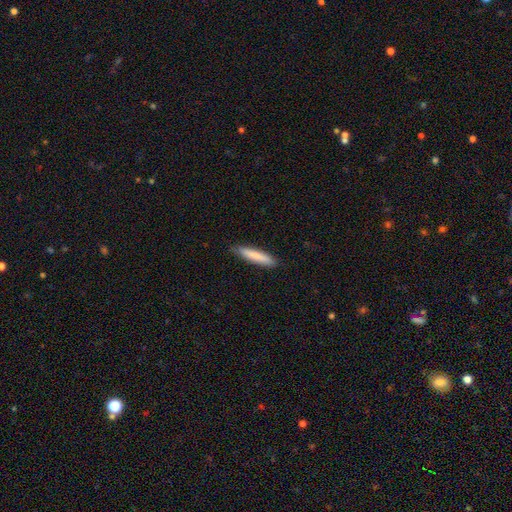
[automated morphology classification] This appears to be a smooth galaxy with no disk features (83%) that is cigar-shaped (89%). Merging: none (88%).